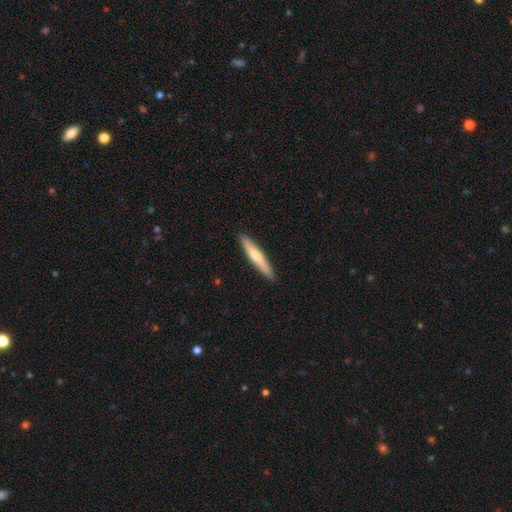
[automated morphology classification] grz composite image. It shows a smooth galaxy with no disk features (62%) that is cigar-shaped (92%). Merging: none (90%).